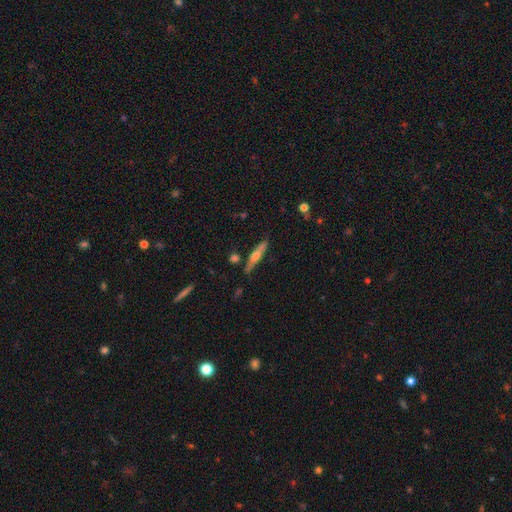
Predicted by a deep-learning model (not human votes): Smooth or featured: featured or disk — 58% (smooth — 36%)
Edge-on disk: yes — 94% (no — 6%)
Edge-on bulge: rounded — 88% (none — 7%)
Merging: none — 83% (minor disturbance — 12%)